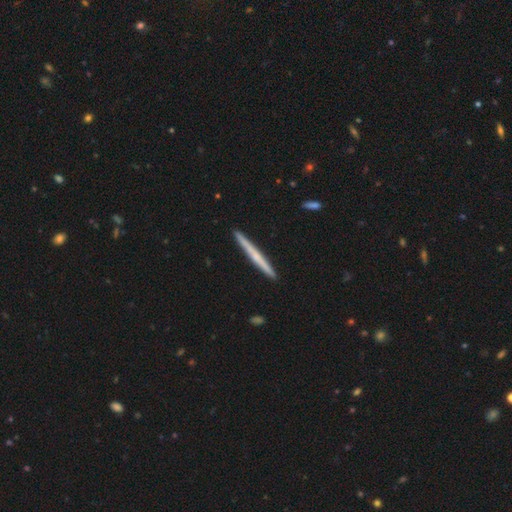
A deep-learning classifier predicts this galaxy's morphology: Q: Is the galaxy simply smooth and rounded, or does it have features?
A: featured or disk — 55%.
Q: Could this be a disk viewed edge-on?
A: yes — 98%.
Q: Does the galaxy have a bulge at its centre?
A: none — 60%.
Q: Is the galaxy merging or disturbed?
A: none — 92%.